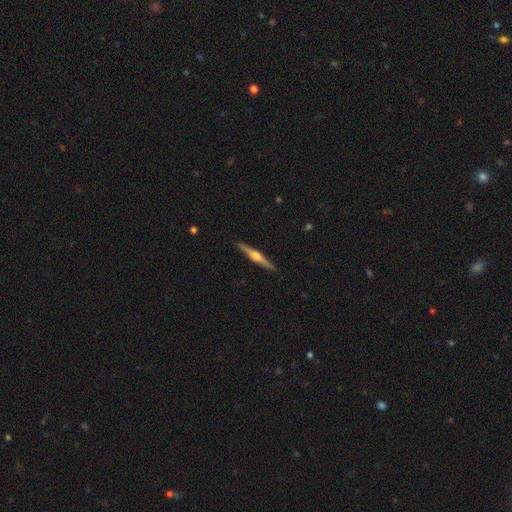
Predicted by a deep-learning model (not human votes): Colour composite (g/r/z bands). It shows a featured or disk galaxy (76%) viewed edge-on (98%) with a rounded central bulge (85%). Merging: none (91%).